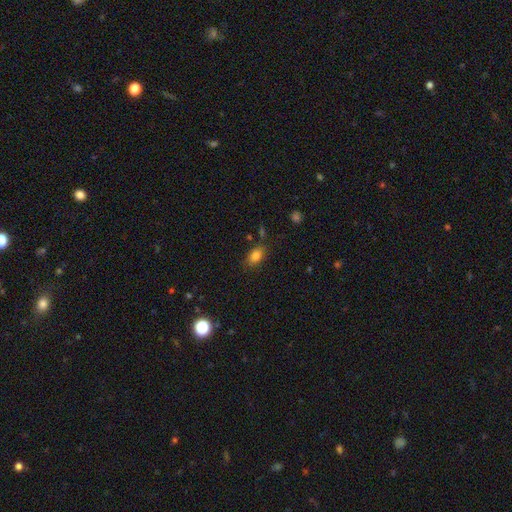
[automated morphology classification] This is clearly a smooth galaxy (82%). How rounded: clearly in between (83%). Merging: likely none (77%).